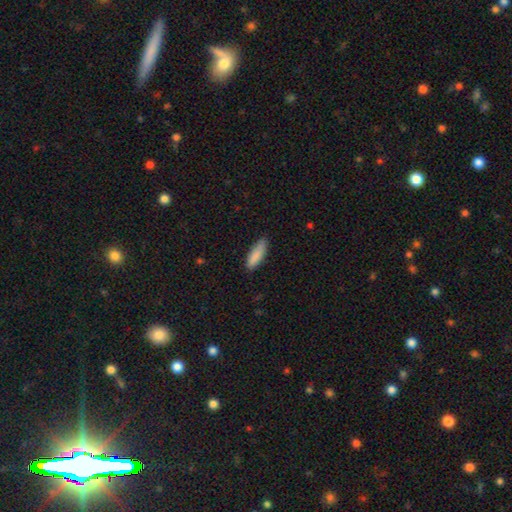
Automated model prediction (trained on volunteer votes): A smooth galaxy with no disk features (88%) that is in between round and cigar-shaped (51%).

Vote fractions:
- Smooth or featured? smooth: 88% / star or artifact: 6% / featured or disk: 6%
- How rounded? in between: 51% / cigar-shaped: 47% / round: 2%
- Merging? none: 80% / minor disturbance: 16% / major disturbance: 2% / merger: 1%